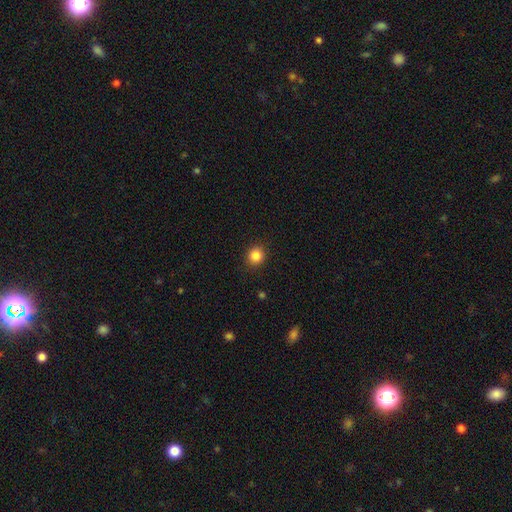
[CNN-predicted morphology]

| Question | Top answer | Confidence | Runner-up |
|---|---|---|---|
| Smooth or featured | smooth | 85% | star or artifact (11%) |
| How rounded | round | 89% | in between (10%) |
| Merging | none | 91% | minor disturbance (6%) |